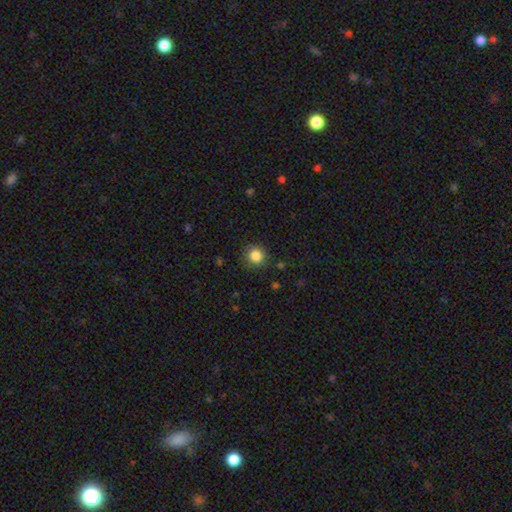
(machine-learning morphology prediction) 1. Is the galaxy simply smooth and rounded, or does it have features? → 85% smooth, 11% star or artifact, 5% featured or disk.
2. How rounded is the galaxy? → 90% round, 9% in between, 1% cigar-shaped.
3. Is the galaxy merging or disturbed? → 87% none, 9% minor disturbance, 3% major disturbance, 1% merger.